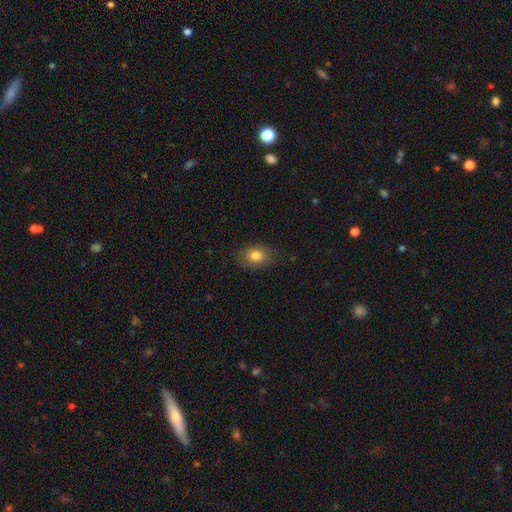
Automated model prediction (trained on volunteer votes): Smooth or featured? Predicted: smooth (p=0.81). How rounded? Predicted: in between (p=0.68). Merging? Predicted: none (p=0.81).